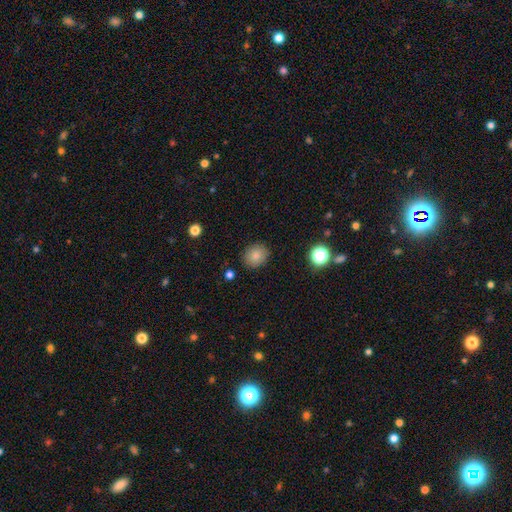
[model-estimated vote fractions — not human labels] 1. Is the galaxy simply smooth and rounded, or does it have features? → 83% smooth, 10% star or artifact, 7% featured or disk.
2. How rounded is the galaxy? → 68% round, 31% in between, 1% cigar-shaped.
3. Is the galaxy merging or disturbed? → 88% none, 8% minor disturbance, 2% major disturbance, 1% merger.